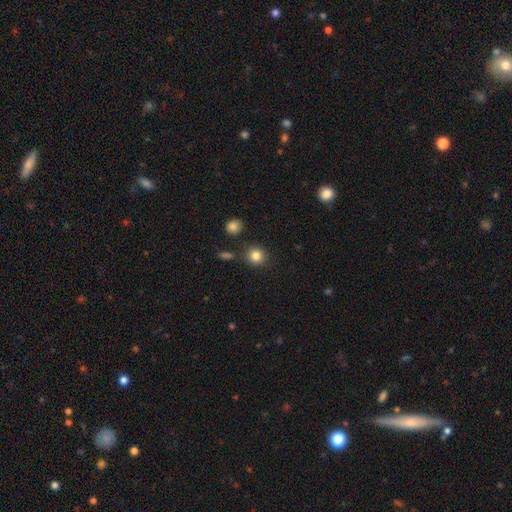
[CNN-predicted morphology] smooth-or-featured: smooth: 83% | star or artifact: 11% | featured or disk: 6%
  how-rounded: round: 89% | in between: 10% | cigar-shaped: 1%
  merging: none: 85% | minor disturbance: 8% | merger: 4% | major disturbance: 3%